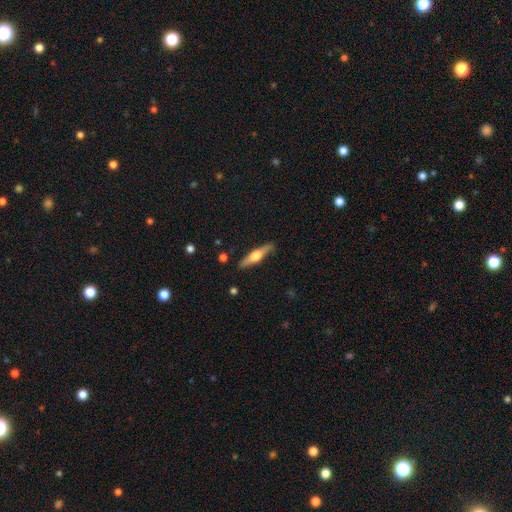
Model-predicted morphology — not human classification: Smooth or featured?
  - featured or disk: 63% *
  - smooth: 32%
  - star or artifact: 5%
Edge-on disk?
  - yes: 96% *
  - no: 4%
Edge-on bulge?
  - rounded: 92% *
  - boxy: 5%
  - none: 2%
Merging?
  - none: 88% *
  - minor disturbance: 9%
  - major disturbance: 2%
  - merger: 2%